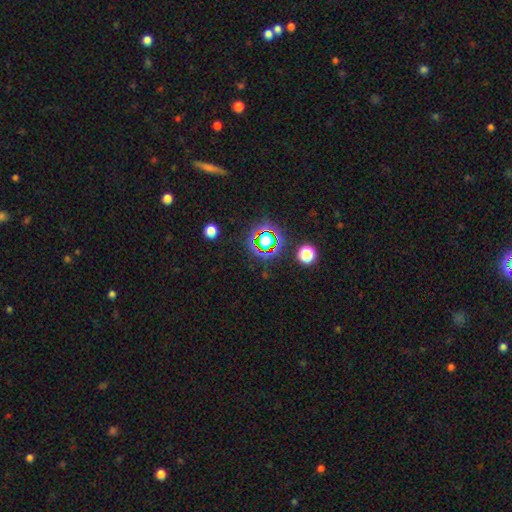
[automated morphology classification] star or artifact 76%, smooth 16%, featured or disk 9%.